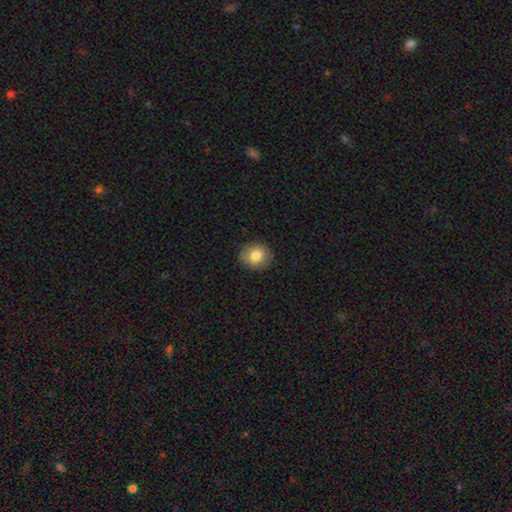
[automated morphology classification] A smooth galaxy with no disk features (81%) that is round (76%). Merging: none (85%).